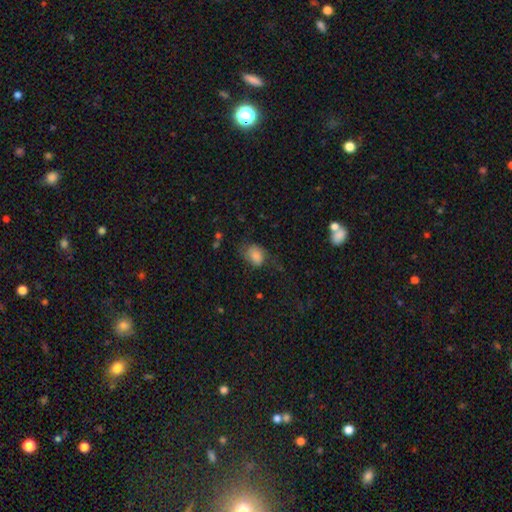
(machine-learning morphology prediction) Smooth or featured? Predicted: smooth (p=0.75). How rounded? Predicted: in between (p=0.71). Merging? Predicted: none (p=0.45).